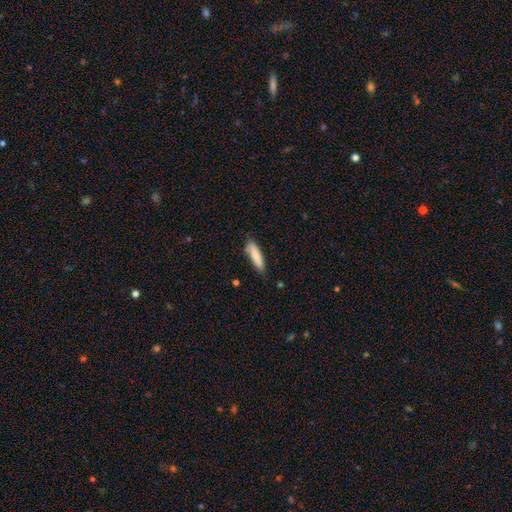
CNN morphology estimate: A smooth galaxy with no disk features (82%) that is cigar-shaped (65%). Merging: none (72%).